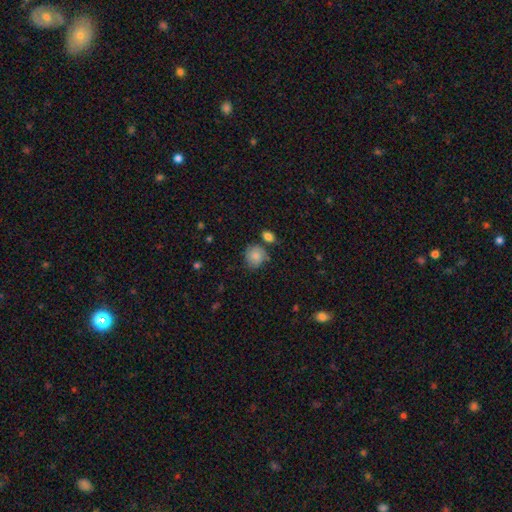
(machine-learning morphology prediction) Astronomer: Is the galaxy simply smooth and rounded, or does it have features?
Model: smooth — 79%.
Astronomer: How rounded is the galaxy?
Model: round — 82%.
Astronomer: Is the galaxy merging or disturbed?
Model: none — 68%.